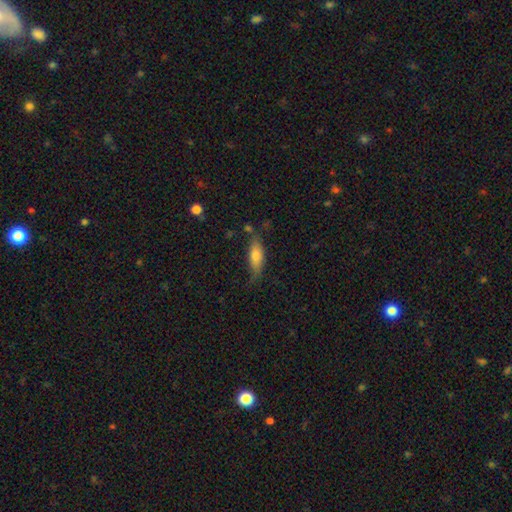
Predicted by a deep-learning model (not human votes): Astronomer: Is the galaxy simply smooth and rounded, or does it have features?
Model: smooth — 66%.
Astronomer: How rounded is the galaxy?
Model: in between — 55% (runner-up: cigar-shaped, 42%).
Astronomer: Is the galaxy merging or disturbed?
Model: none — 64%.